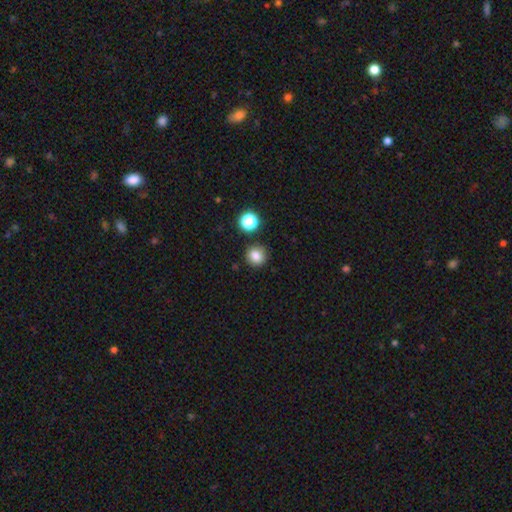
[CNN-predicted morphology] smooth_or_featured: smooth (p=0.81) [alt: star or artifact p=0.13]
how_rounded: round (p=0.91) [alt: in between p=0.08]
merging: none (p=0.85) [alt: minor disturbance p=0.08]